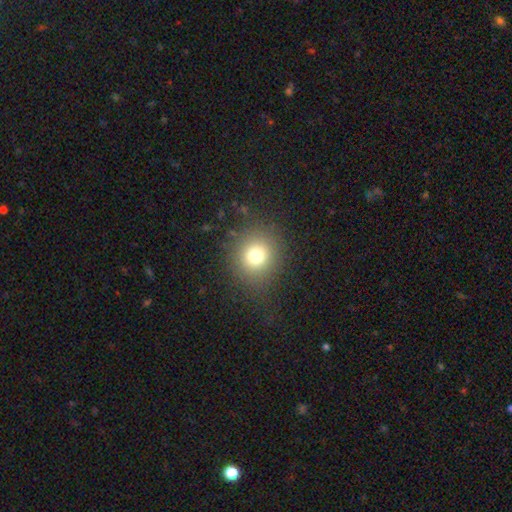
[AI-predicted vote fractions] A smooth galaxy with no disk features (75%) that is round (88%).

Vote fractions:
- Smooth or featured? smooth: 75% / star or artifact: 16% / featured or disk: 10%
- How rounded? round: 88% / in between: 11% / cigar-shaped: 1%
- Merging? none: 85% / minor disturbance: 8% / major disturbance: 5% / merger: 1%